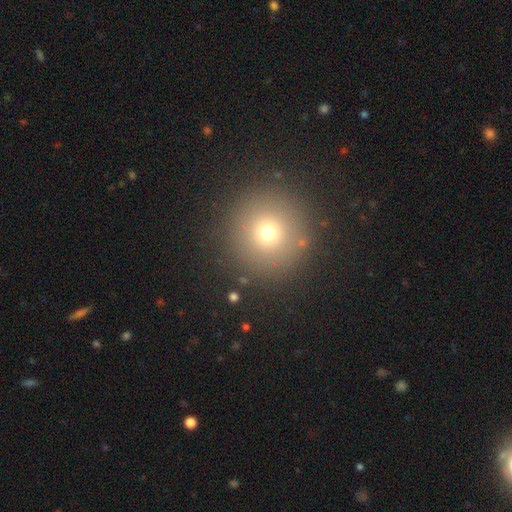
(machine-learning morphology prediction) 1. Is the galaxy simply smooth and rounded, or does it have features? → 68% smooth, 22% star or artifact, 10% featured or disk.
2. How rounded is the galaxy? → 96% round, 3% in between, 1% cigar-shaped.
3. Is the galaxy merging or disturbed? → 90% none, 6% minor disturbance, 3% major disturbance, 2% merger.